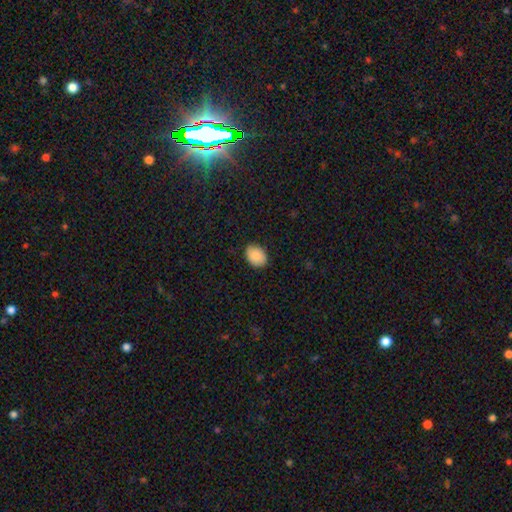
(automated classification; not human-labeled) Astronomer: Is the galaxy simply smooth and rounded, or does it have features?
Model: smooth — 89%.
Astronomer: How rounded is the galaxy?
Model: in between — 62% (runner-up: round, 37%).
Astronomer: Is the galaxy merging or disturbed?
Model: none — 85%.